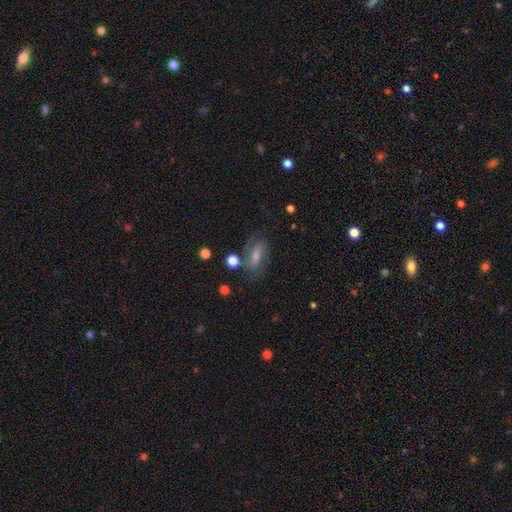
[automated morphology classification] Smooth or featured?
  - featured or disk: 54% *
  - smooth: 32%
  - star or artifact: 14%
Edge-on disk?
  - no: 89% *
  - yes: 11%
Merging?
  - none: 69% *
  - minor disturbance: 17%
  - major disturbance: 9%
  - merger: 5%